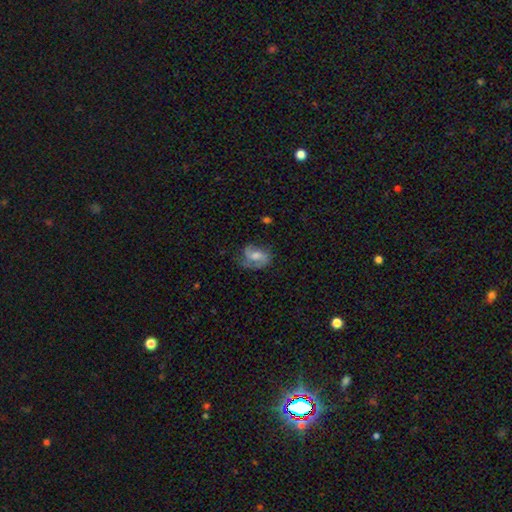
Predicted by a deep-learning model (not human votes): A featured or disk galaxy (68%) with a weak bar (42%, tied with no), 2 (67%) medium (46%) spiral arms (90%) and a moderate central bulge (55%). Merging: none (57%).